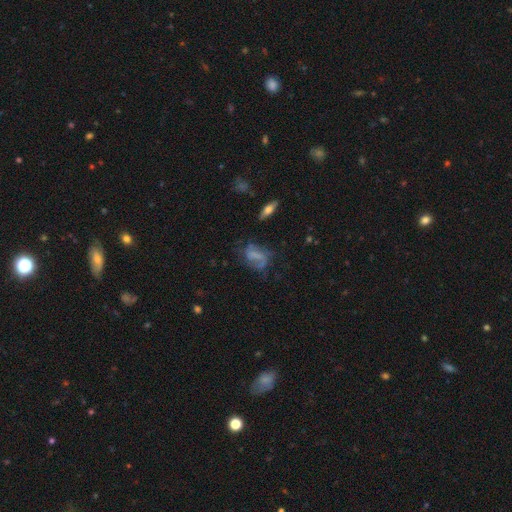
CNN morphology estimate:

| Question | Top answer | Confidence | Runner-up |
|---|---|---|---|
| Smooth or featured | featured or disk | 53% | smooth (34%) |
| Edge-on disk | no | 93% | yes (7%) |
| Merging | none | 50% | minor disturbance (24%) |